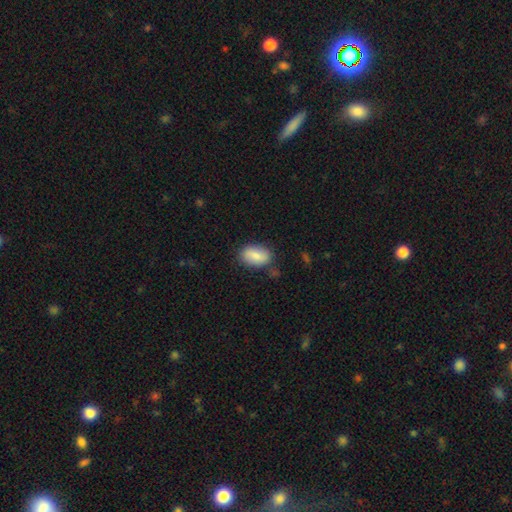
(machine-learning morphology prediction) Smooth or featured? Predicted: smooth (p=0.81). How rounded? Predicted: in between (p=0.89). Merging? Predicted: none (p=0.77).